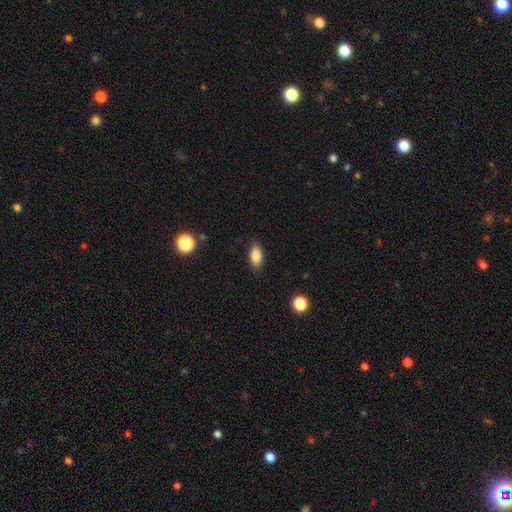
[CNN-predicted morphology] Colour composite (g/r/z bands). It shows a smooth galaxy with no disk features (83%) that is in between round and cigar-shaped (88%). Merging: none (88%).